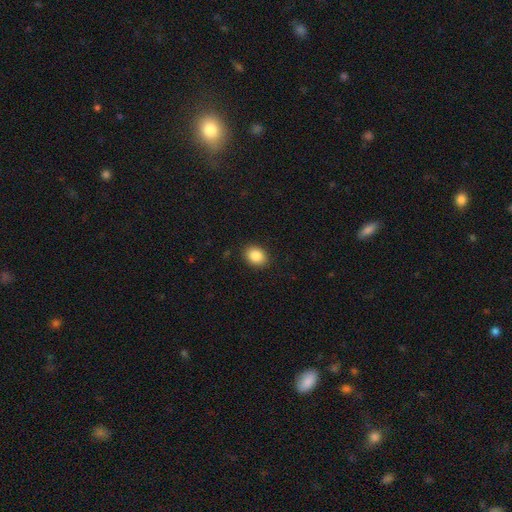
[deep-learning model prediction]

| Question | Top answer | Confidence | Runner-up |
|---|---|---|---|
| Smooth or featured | smooth | 87% | star or artifact (8%) |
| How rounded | in between | 59% | round (41%) |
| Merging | none | 90% | minor disturbance (7%) |